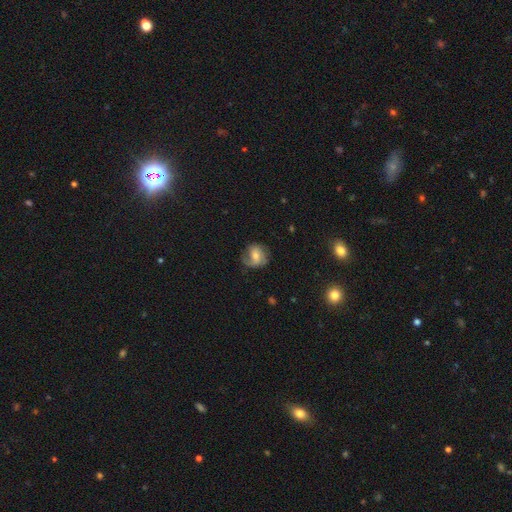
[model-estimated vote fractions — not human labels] Overall: featured or disk (58%; smooth 34%). Edge-on disk: no (97%). Bar: no (46%; weak 41%). Spiral arms: yes (87%). Bulge size: moderate (53%; small 37%). Merging: none (62%; minor disturbance 23%).